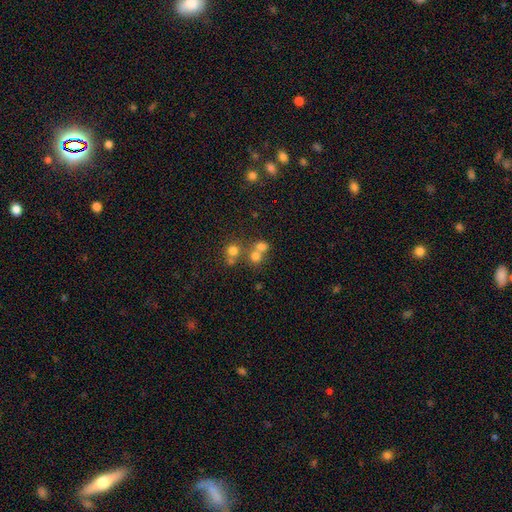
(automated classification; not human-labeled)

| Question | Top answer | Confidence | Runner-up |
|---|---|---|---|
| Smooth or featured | smooth | 67% | star or artifact (19%) |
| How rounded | round | 83% | in between (16%) |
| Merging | merger | 45% | tied: none (45%) |